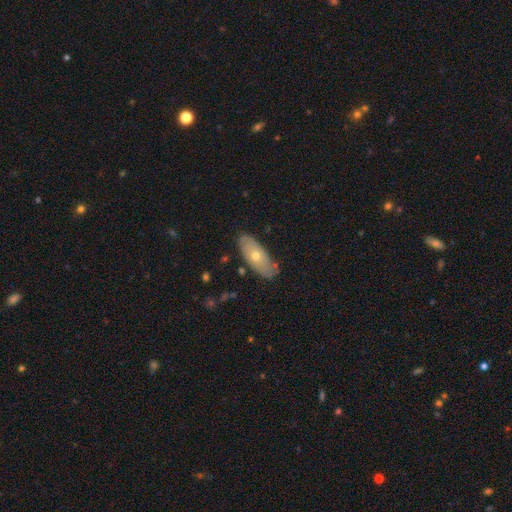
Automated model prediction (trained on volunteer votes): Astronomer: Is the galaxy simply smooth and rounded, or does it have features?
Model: smooth — 51% (runner-up: featured or disk, 42%).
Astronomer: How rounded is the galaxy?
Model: in between — 82%.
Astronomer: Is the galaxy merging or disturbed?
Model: none — 80%.